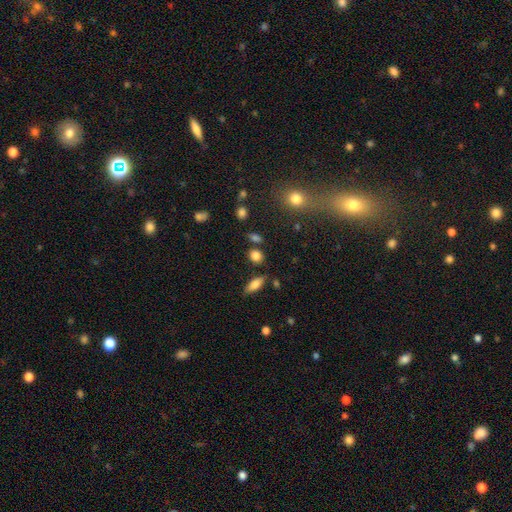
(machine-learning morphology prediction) This appears to be a smooth galaxy with no disk features (81%) that is in between round and cigar-shaped (51%). Merging: none (77%).